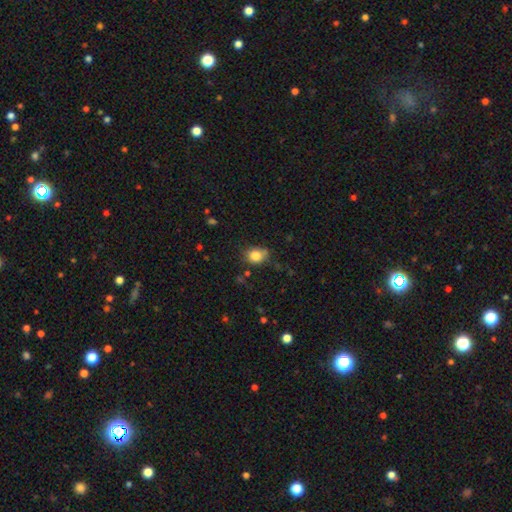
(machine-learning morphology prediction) Overall: smooth (82%). How rounded: round (60%; in between 39%). Merging: none (66%).